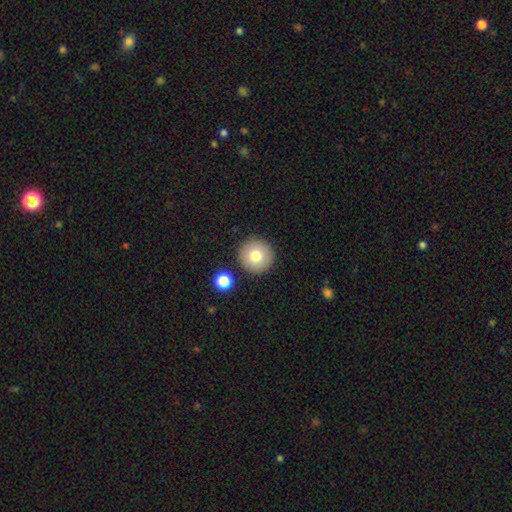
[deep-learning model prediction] Smooth or featured: smooth — 77% (featured or disk — 13%)
How rounded: round — 96% (in between — 3%)
Merging: none — 88% (minor disturbance — 6%)